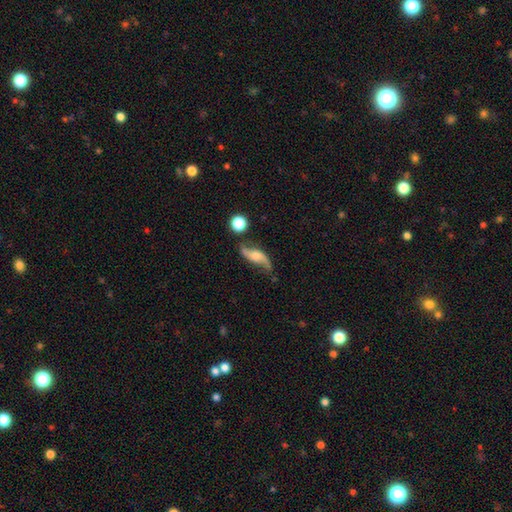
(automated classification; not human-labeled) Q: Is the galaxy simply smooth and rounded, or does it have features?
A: featured or disk — 75%.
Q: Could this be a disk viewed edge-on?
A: no — 89%.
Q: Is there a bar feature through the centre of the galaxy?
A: no — 60%.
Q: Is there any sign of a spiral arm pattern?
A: yes — 94%.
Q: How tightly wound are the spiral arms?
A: loose — 86%.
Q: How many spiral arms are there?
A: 2 — 91%.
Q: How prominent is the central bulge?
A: moderate — 38%.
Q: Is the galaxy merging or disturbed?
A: none — 63%.